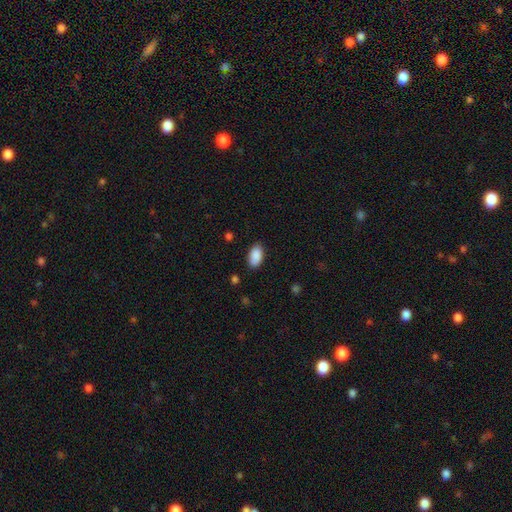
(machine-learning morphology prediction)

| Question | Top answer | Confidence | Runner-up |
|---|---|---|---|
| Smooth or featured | smooth | 90% | star or artifact (7%) |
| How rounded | in between | 95% | round (3%) |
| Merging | none | 86% | minor disturbance (11%) |